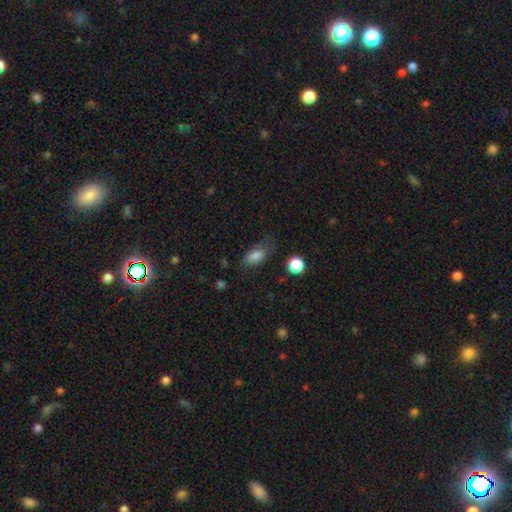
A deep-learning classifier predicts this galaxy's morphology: A smooth galaxy with no disk features (81%) that is in between round and cigar-shaped (86%). Merging: none (62%).